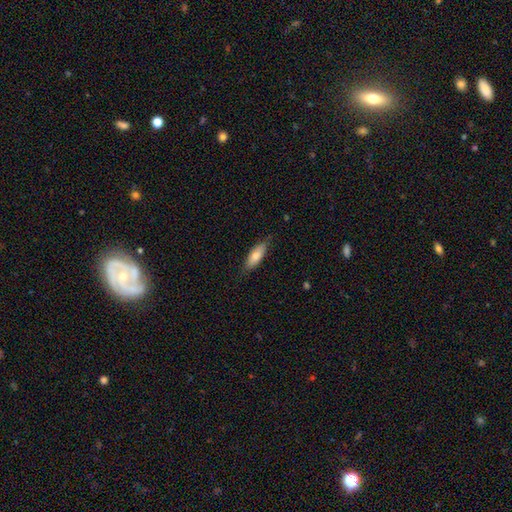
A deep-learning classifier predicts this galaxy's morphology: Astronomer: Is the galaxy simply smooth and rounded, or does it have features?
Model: smooth — 76%.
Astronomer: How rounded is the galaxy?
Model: in between — 64%.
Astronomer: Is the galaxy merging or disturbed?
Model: none — 78%.